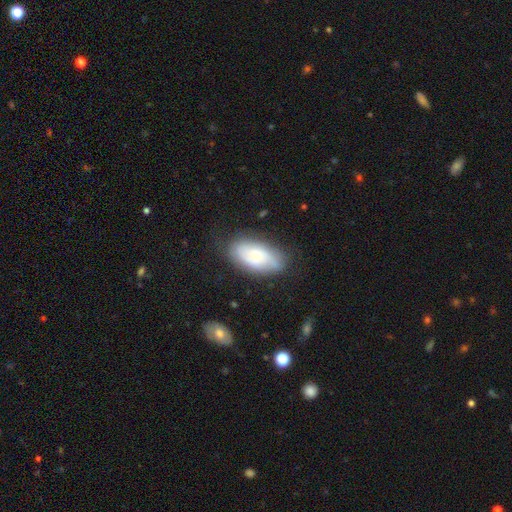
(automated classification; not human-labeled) Smooth or featured? Predicted: featured or disk (p=0.48). Merging? Predicted: none (p=0.74).